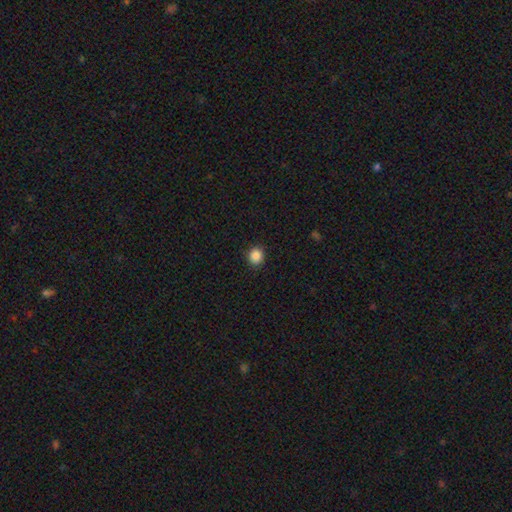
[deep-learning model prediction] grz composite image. It shows a smooth galaxy with no disk features (87%) that is round (84%). Merging: none (90%).